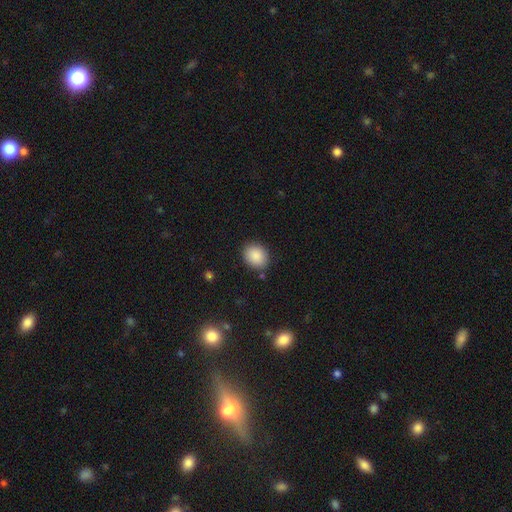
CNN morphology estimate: Smooth or featured? Predicted: smooth (p=0.87). How rounded? Predicted: round (p=0.56). Merging? Predicted: none (p=0.86).